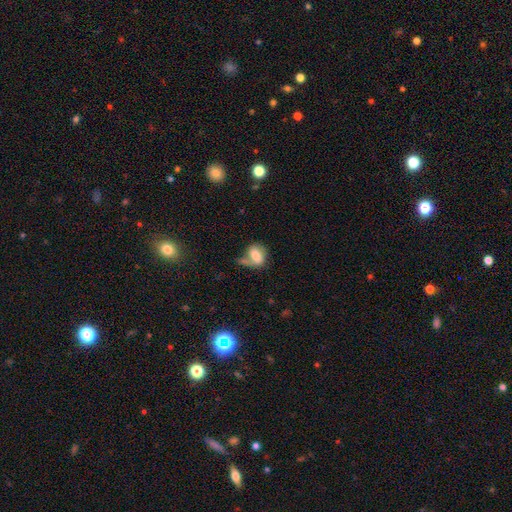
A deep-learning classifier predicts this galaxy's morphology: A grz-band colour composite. It shows a smooth galaxy with no disk features (65%) that is in between round and cigar-shaped (62%). Merging: none (39%).